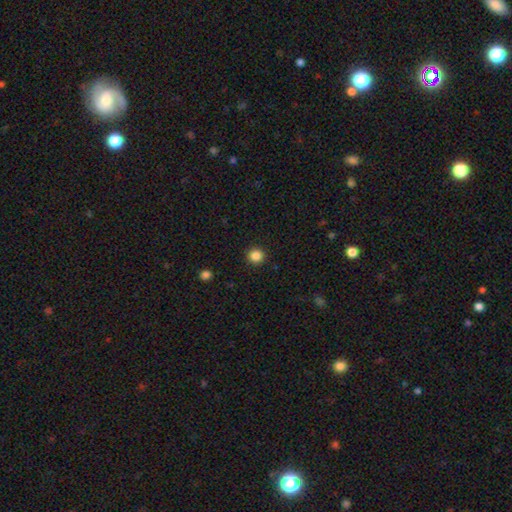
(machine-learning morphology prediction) A smooth galaxy with no disk features (86%) that is round (94%).

Vote fractions:
- Smooth or featured? smooth: 86% / star or artifact: 11% / featured or disk: 3%
- How rounded? round: 94% / in between: 5% / cigar-shaped: 1%
- Merging? none: 92% / minor disturbance: 5% / major disturbance: 2% / merger: 1%